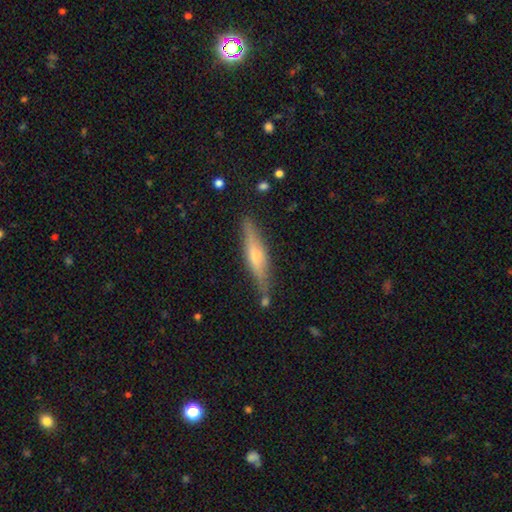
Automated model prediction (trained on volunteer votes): Smooth or featured?
  - featured or disk: 65% *
  - smooth: 27%
  - star or artifact: 7%
Edge-on disk?
  - yes: 94% *
  - no: 6%
Edge-on bulge?
  - rounded: 83% *
  - none: 9%
  - boxy: 7%
Merging?
  - none: 84% *
  - minor disturbance: 11%
  - merger: 3%
  - major disturbance: 2%